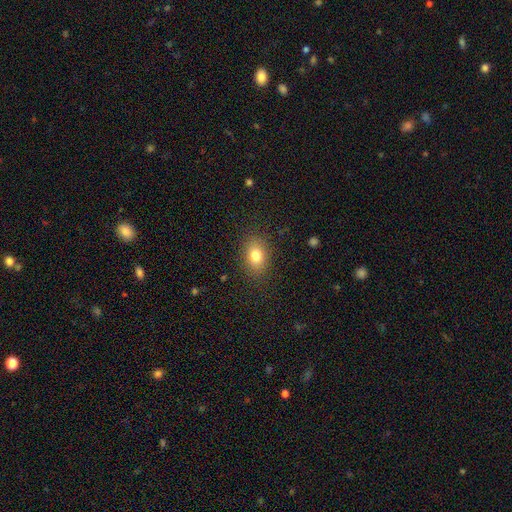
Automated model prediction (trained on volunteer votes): Smooth or featured?
  - smooth: 80% *
  - star or artifact: 11%
  - featured or disk: 10%
How rounded?
  - in between: 74% *
  - round: 24%
  - cigar-shaped: 2%
Merging?
  - none: 85% *
  - minor disturbance: 10%
  - major disturbance: 4%
  - merger: 1%